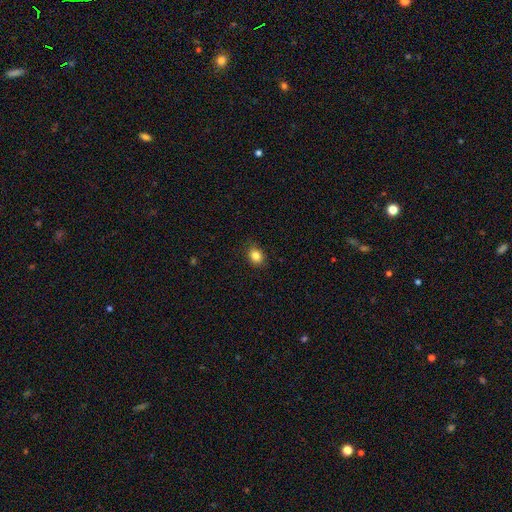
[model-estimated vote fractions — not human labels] smooth_or_featured: smooth (p=0.84) [alt: star or artifact p=0.11]
how_rounded: round (p=0.55) [alt: in between p=0.44]
merging: none (p=0.85) [alt: minor disturbance p=0.11]